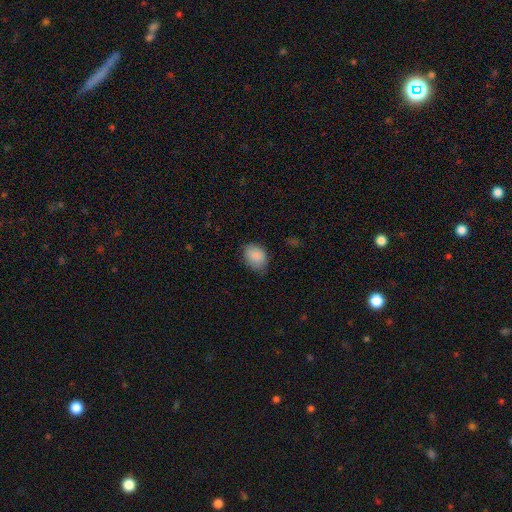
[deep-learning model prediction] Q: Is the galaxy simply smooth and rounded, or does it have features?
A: smooth — 88%.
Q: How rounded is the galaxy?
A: in between — 62%.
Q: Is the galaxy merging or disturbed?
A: none — 70%.